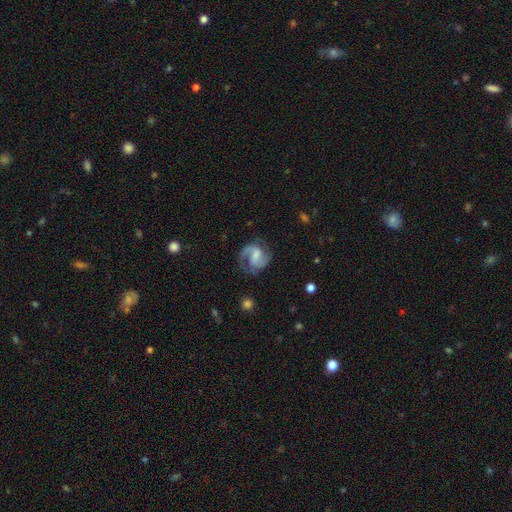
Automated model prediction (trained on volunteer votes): smooth_or_featured: featured or disk (p=0.83) [alt: smooth p=0.11]
disk_edge_on: no (p=0.98) [alt: yes p=0.02]
bar: weak (p=0.52) [alt: no p=0.25]
has_spiral_arms: yes (p=0.96) [alt: no p=0.04]
spiral_winding: medium (p=0.55) [alt: tight p=0.25]
spiral_arm_count: 2 (p=0.84) [alt: 1 p=0.06]
bulge_size: small (p=0.36) [alt: moderate p=0.33]
merging: none (p=0.71) [alt: minor disturbance p=0.17]